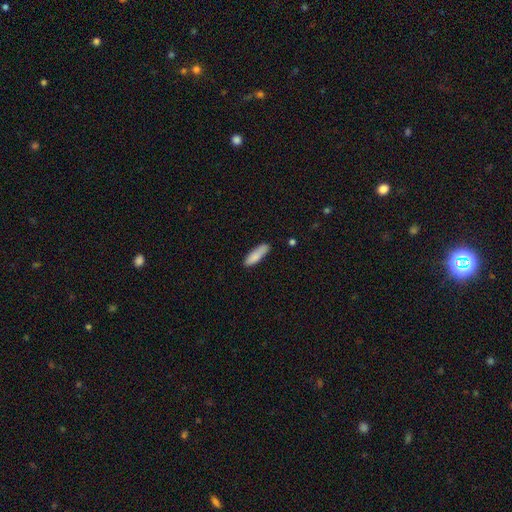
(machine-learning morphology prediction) type=smooth (85%); roundness=cigar-shaped (61%); merging=none (80%).